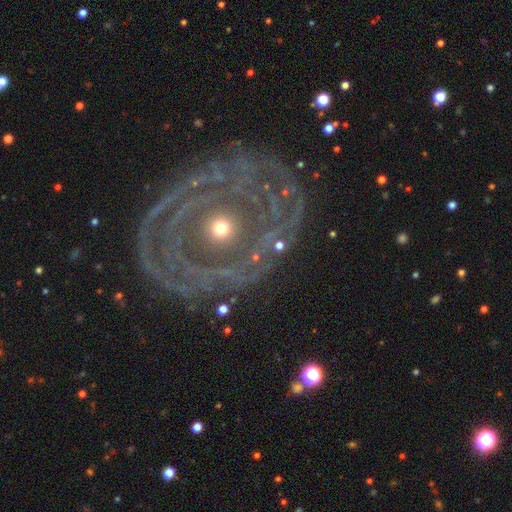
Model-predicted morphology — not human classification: smooth_or_featured: featured or disk (p=0.84) [alt: smooth p=0.08]
disk_edge_on: no (p=0.96) [alt: yes p=0.04]
bar: no (p=0.82) [alt: weak p=0.12]
has_spiral_arms: yes (p=0.79) [alt: no p=0.21]
spiral_winding: tight (p=0.80) [alt: medium p=0.15]
spiral_arm_count: can't tell (p=0.36) [alt: 2 p=0.21]
bulge_size: small (p=0.49) [alt: moderate p=0.46]
merging: none (p=0.79) [alt: minor disturbance p=0.13]